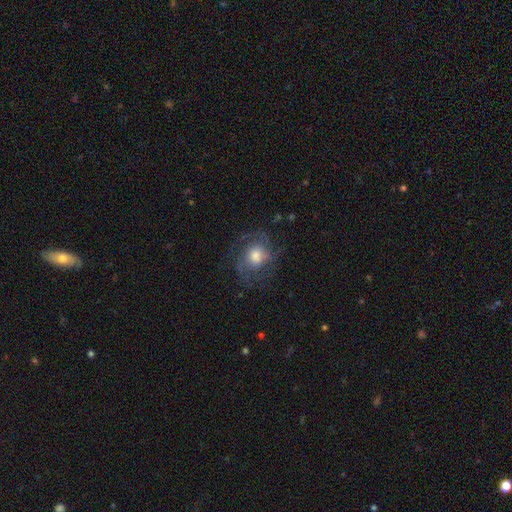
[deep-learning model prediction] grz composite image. It shows a featured or disk galaxy (62%) with no bar (72%), medium (46%) spiral arms (84%) and a moderate central bulge (56%). Merging: none (65%).